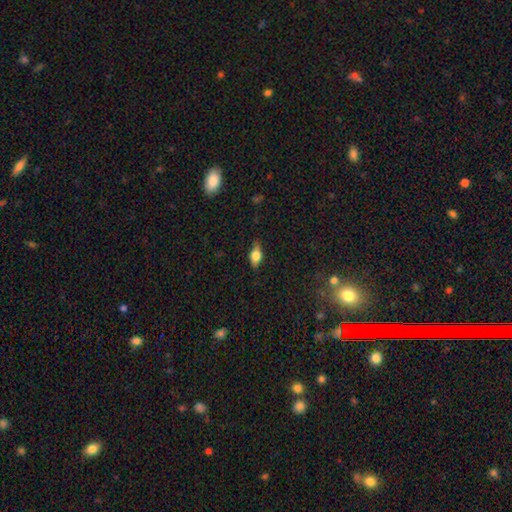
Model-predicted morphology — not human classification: A smooth galaxy with no disk features (59%) that is in between round and cigar-shaped (78%).

Vote fractions:
- Smooth or featured? smooth: 59% / featured or disk: 32% / star or artifact: 9%
- How rounded? in between: 78% / cigar-shaped: 12% / round: 10%
- Merging? none: 80% / minor disturbance: 15% / major disturbance: 3% / merger: 1%